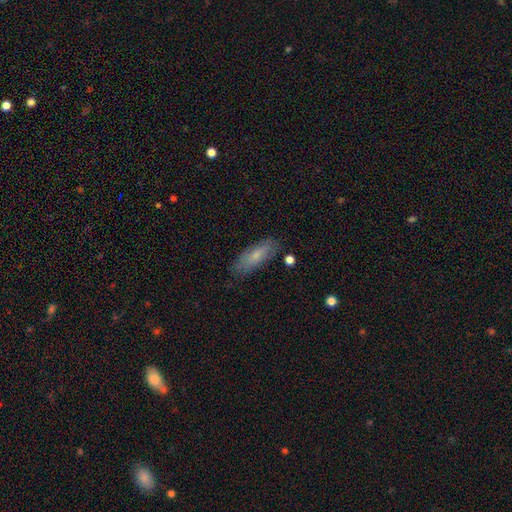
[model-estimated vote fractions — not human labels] Smooth or featured? smooth (70%)
How rounded? in between (59%)
Merging? none (79%)